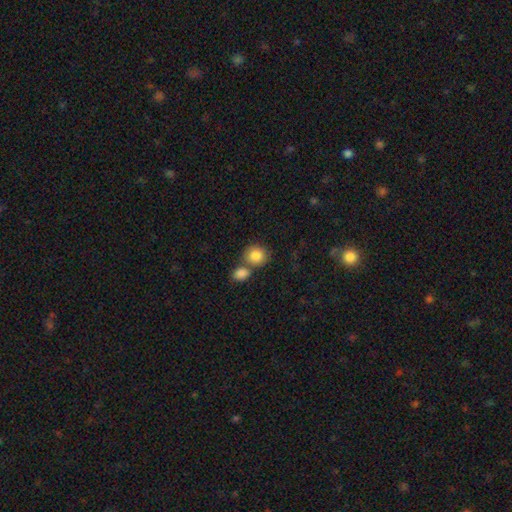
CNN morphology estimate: smooth 86%, star or artifact 8%, featured or disk 7%. Down the decision tree: how rounded — round (79%); merging — none (48%).